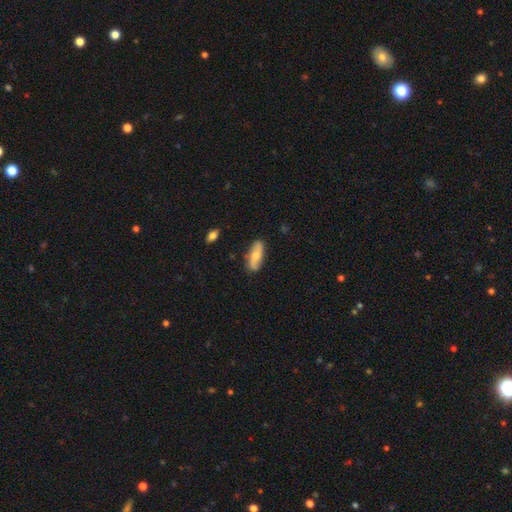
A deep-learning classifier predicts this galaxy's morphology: Smooth or featured?
  - smooth: 60% *
  - featured or disk: 34%
  - star or artifact: 6%
How rounded?
  - in between: 70% *
  - cigar-shaped: 27%
  - round: 3%
Merging?
  - none: 81% *
  - minor disturbance: 14%
  - major disturbance: 3%
  - merger: 2%